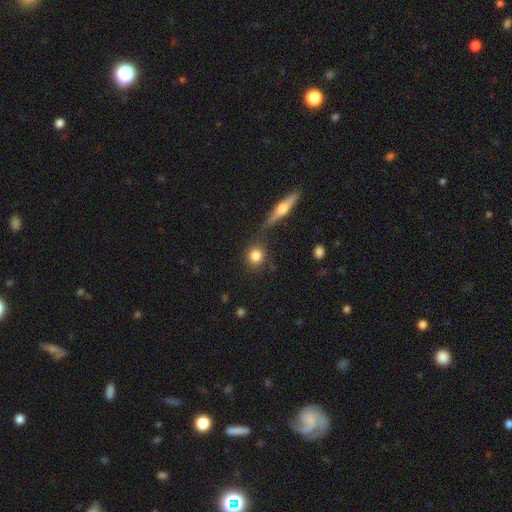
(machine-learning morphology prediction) Overall: smooth (81%). How rounded: round (85%). Merging: none (72%).